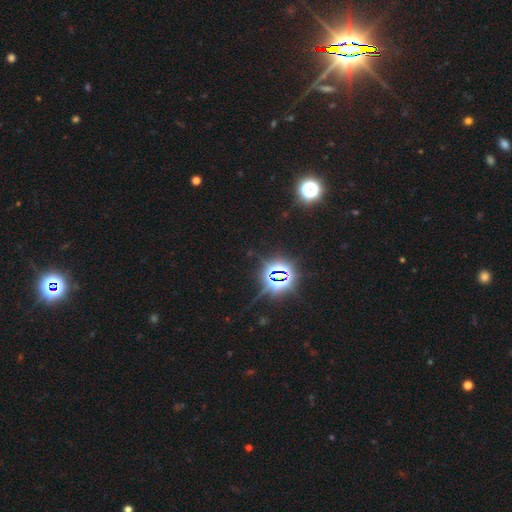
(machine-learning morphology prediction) type=star or artifact (83%).